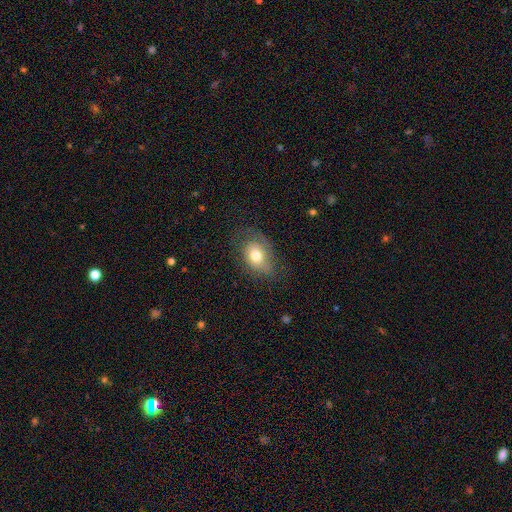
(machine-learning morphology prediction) Smooth or featured: smooth — 66% (featured or disk — 25%)
How rounded: in between — 73% (round — 26%)
Merging: none — 58% (minor disturbance — 27%)